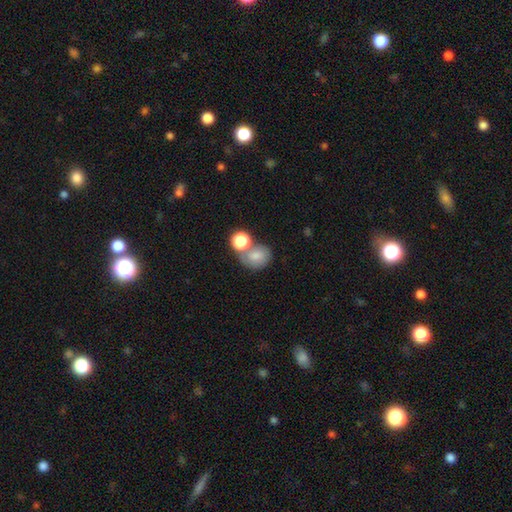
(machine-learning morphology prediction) Smooth or featured? Predicted: smooth (p=0.73). How rounded? Predicted: round (p=0.53). Merging? Predicted: merger (p=0.40).